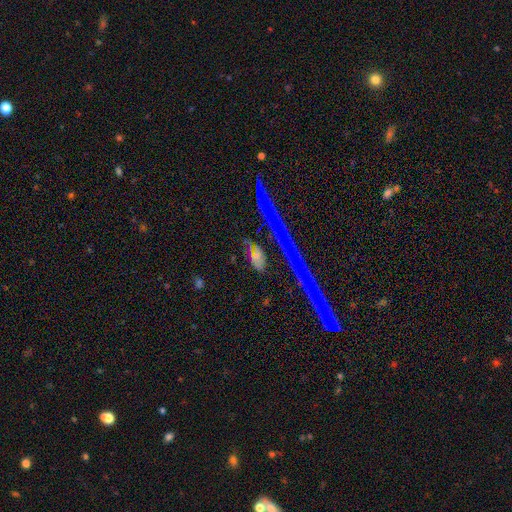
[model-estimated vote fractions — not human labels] Smooth or featured: star or artifact — 38% (smooth — 37%)